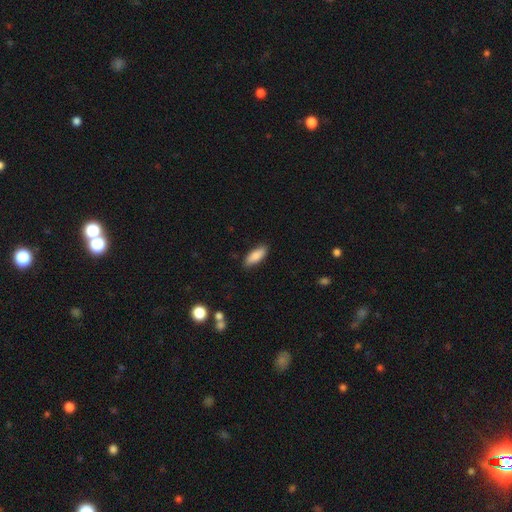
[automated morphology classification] Smooth or featured?
  - smooth: 85% *
  - featured or disk: 9%
  - star or artifact: 6%
How rounded?
  - in between: 75% *
  - cigar-shaped: 23%
  - round: 2%
Merging?
  - none: 85% *
  - minor disturbance: 12%
  - major disturbance: 2%
  - merger: 1%